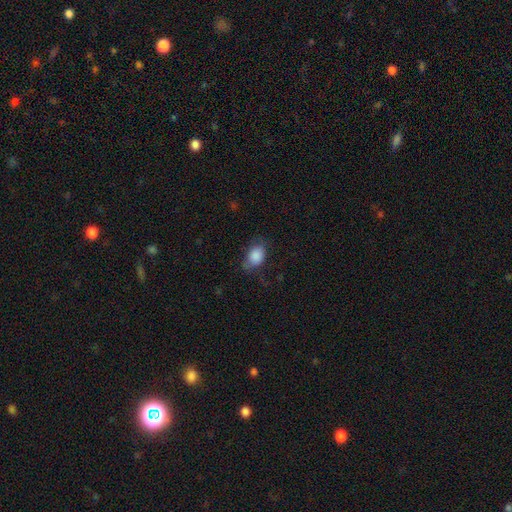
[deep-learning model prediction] This appears to be a smooth galaxy with no disk features (85%) that is in between round and cigar-shaped (75%). Merging: none (61%).